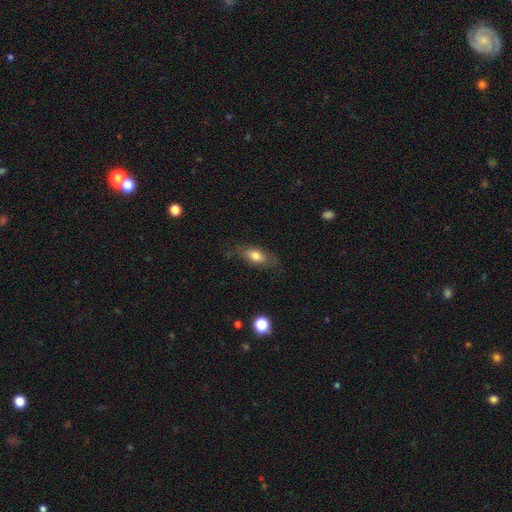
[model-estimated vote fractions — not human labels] The model was most divided on "smooth or featured": smooth: 73%, featured or disk: 19%, star or artifact: 8%. More confident: how rounded — in between (78%); merging — none (76%).